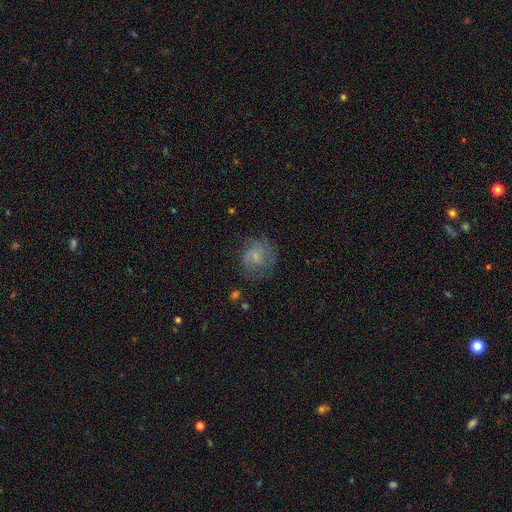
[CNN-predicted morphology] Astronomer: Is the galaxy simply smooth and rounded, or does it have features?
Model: featured or disk — 48% (runner-up: smooth, 41%).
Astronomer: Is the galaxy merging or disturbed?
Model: none — 62%.